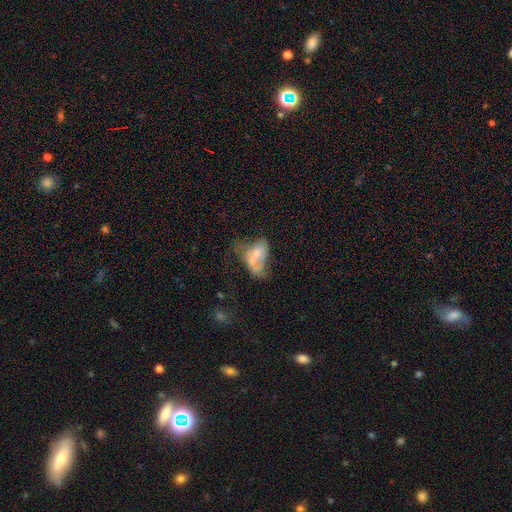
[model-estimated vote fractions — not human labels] Q: Smooth or featured?
A: smooth (48%); runner-up: featured or disk (42%)
Q: Merging?
A: merger (40%); runner-up: major disturbance (26%)